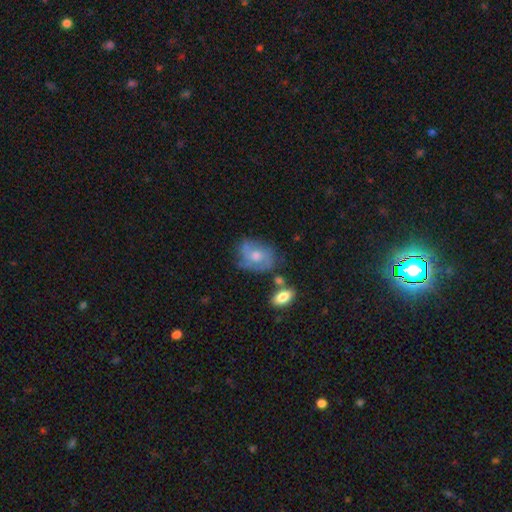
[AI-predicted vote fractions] Q: Smooth or featured?
A: featured or disk (59%); runner-up: smooth (31%)
Q: Edge-on disk?
A: no (96%); runner-up: yes (4%)
Q: Bar?
A: no (73%); runner-up: weak (23%)
Q: Spiral arms?
A: yes (79%); runner-up: no (21%)
Q: Bulge size?
A: moderate (64%); runner-up: small (26%)
Q: Merging?
A: none (59%); runner-up: minor disturbance (24%)